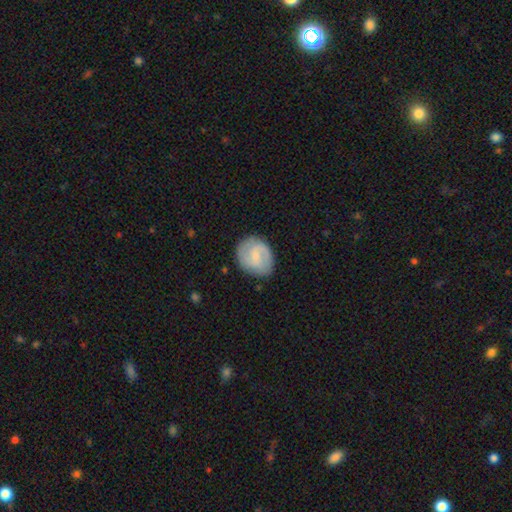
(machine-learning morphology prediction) Smooth or featured?
  - featured or disk: 50% *
  - smooth: 44%
  - star or artifact: 6%
Edge-on disk?
  - no: 98% *
  - yes: 2%
Merging?
  - none: 79% *
  - minor disturbance: 15%
  - major disturbance: 4%
  - merger: 1%